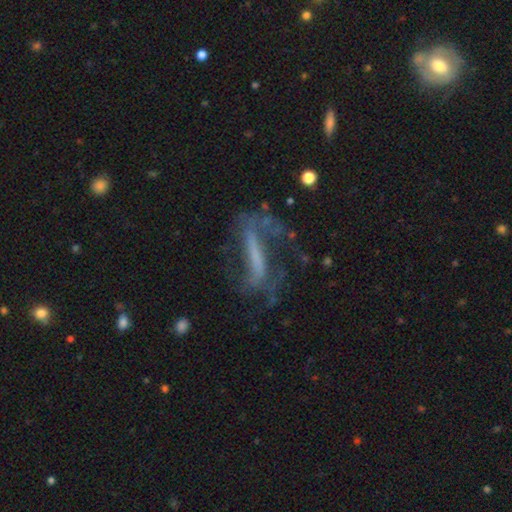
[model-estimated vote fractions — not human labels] Smooth or featured?
  - featured or disk: 64% *
  - smooth: 23%
  - star or artifact: 13%
Edge-on disk?
  - no: 71% *
  - yes: 29%
Merging?
  - none: 43% *
  - major disturbance: 32%
  - minor disturbance: 21%
  - merger: 4%